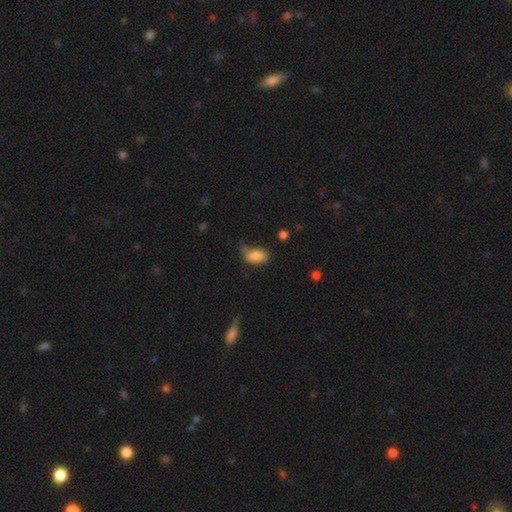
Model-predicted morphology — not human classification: Q: Smooth or featured?
A: smooth (85%); runner-up: star or artifact (9%)
Q: How rounded?
A: in between (91%); runner-up: round (5%)
Q: Merging?
A: none (53%); runner-up: minor disturbance (31%)